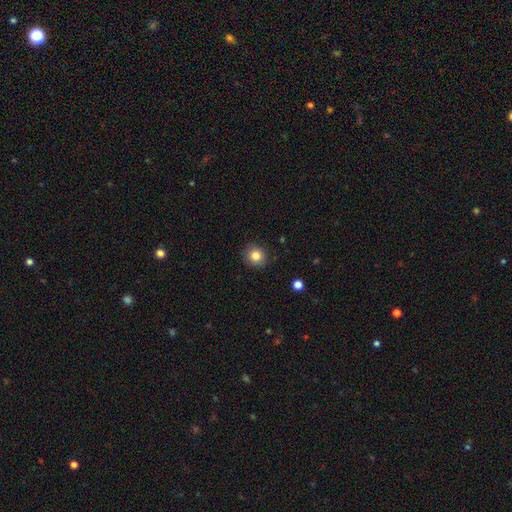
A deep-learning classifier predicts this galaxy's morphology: This appears to be a smooth galaxy with no disk features (84%) that is round (87%). Merging: none (89%).